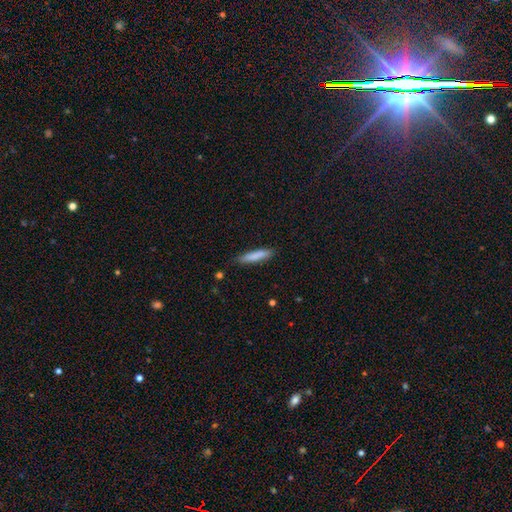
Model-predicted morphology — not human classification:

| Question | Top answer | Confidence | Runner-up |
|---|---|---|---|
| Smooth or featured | smooth | 83% | featured or disk (11%) |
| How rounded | cigar-shaped | 86% | in between (13%) |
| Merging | none | 84% | minor disturbance (12%) |